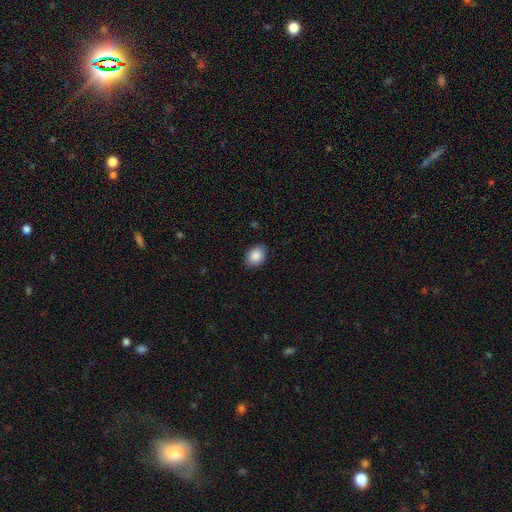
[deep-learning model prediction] A smooth galaxy with no disk features (88%) that is in between round and cigar-shaped (62%). Merging: none (88%).